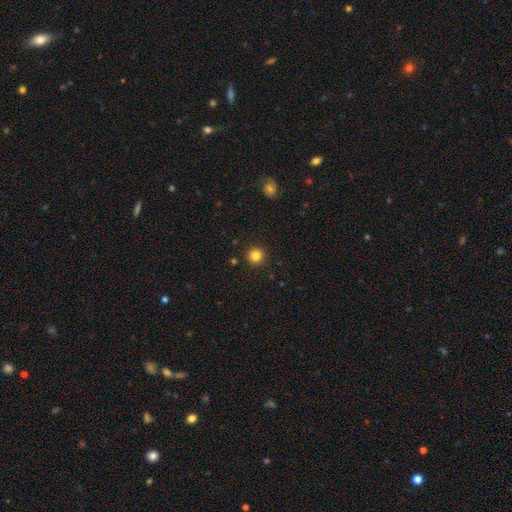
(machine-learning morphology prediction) smooth-or-featured: smooth: 83% | star or artifact: 12% | featured or disk: 5%
  how-rounded: round: 95% | in between: 4% | cigar-shaped: 1%
  merging: none: 93% | minor disturbance: 4% | major disturbance: 2% | merger: 1%